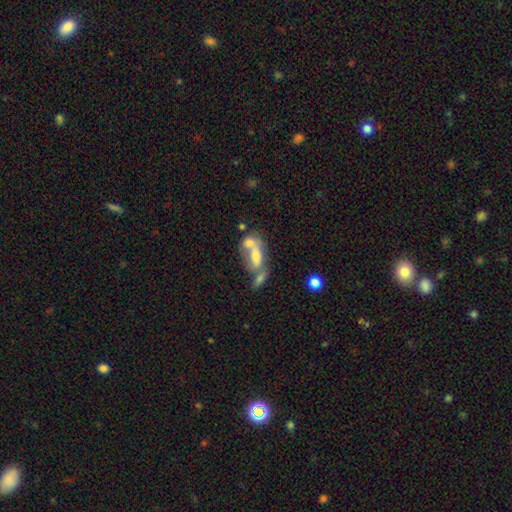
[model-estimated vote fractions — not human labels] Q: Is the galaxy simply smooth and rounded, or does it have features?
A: smooth — 48%.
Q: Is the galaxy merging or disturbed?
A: merger — 61%.